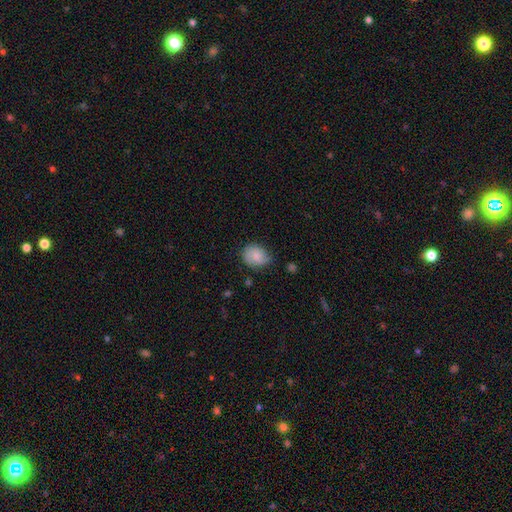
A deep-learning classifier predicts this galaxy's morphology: type=smooth (71%); roundness=round (57%); merging=none (58%).